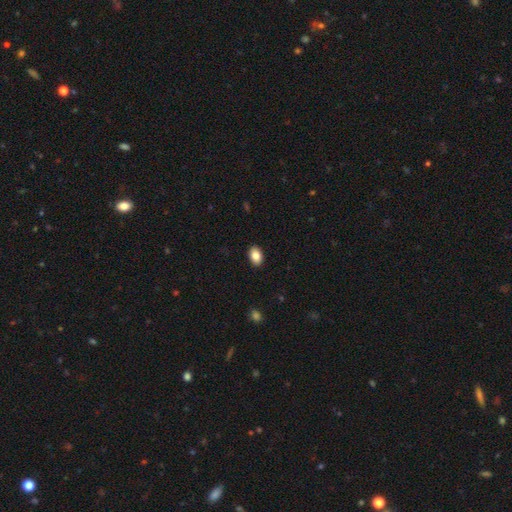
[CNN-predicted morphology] A smooth galaxy with no disk features (87%) that is in between round and cigar-shaped (86%).

Vote fractions:
- Smooth or featured? smooth: 87% / star or artifact: 8% / featured or disk: 6%
- How rounded? in between: 86% / round: 13% / cigar-shaped: 1%
- Merging? none: 90% / minor disturbance: 7% / major disturbance: 2% / merger: 1%